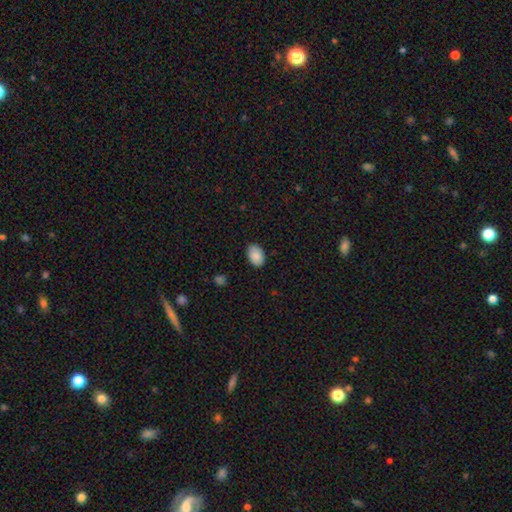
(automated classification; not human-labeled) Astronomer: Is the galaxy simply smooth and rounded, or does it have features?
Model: smooth — 89%.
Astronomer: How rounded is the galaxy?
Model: in between — 89%.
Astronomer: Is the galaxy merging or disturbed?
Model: none — 88%.